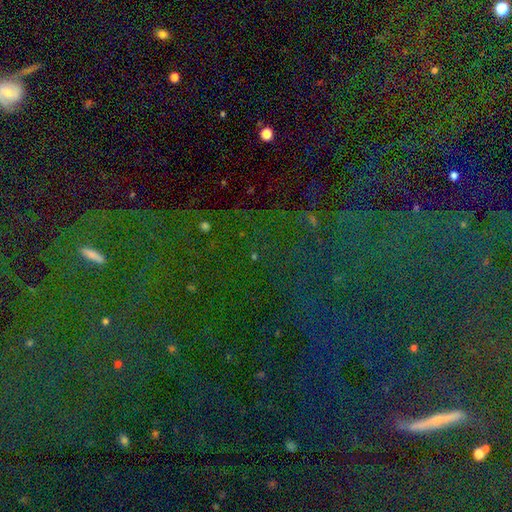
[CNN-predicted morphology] Smooth or featured: star or artifact — 83% (smooth — 9%)